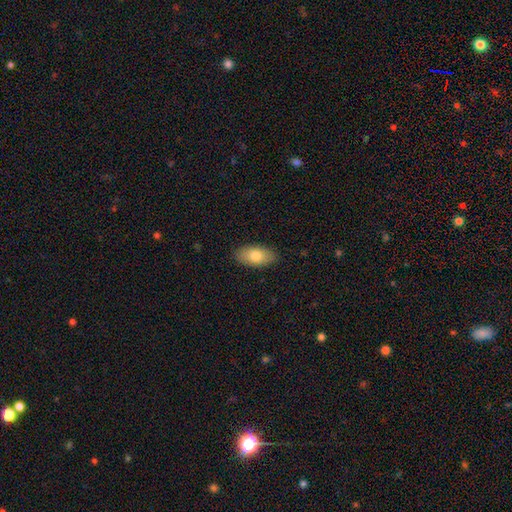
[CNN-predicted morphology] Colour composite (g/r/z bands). It shows a smooth galaxy with no disk features (78%) that is in between round and cigar-shaped (92%). Merging: none (88%).